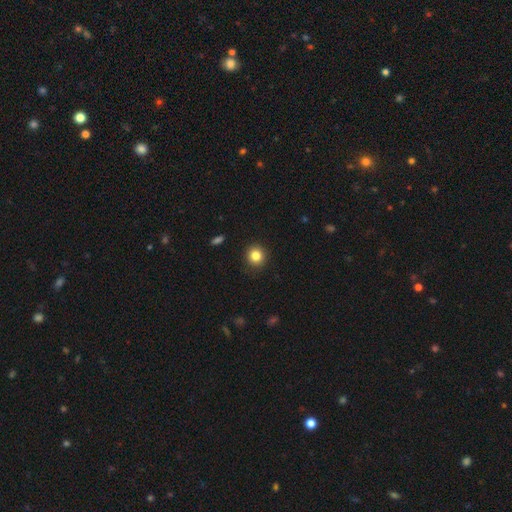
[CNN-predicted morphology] Smooth or featured? smooth (84%)
How rounded? round (91%)
Merging? none (91%)